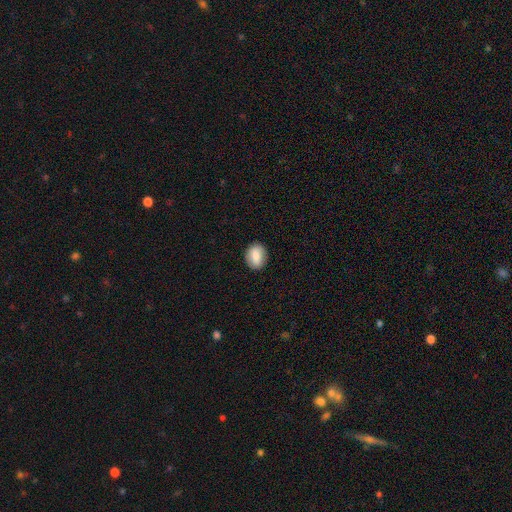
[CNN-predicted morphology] Smooth or featured? Predicted: smooth (p=0.80). How rounded? Predicted: in between (p=0.58). Merging? Predicted: none (p=0.87).